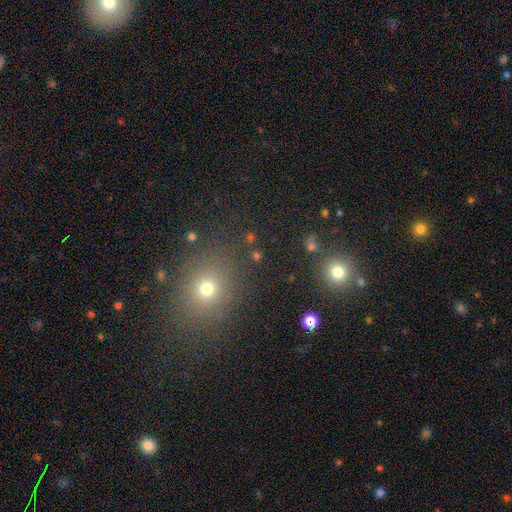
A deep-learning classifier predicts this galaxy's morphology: A smooth galaxy with no disk features (55%) that is round (74%).

Vote fractions:
- Smooth or featured? smooth: 55% / star or artifact: 36% / featured or disk: 9%
- How rounded? round: 74% / in between: 24% / cigar-shaped: 2%
- Merging? none: 83% / minor disturbance: 8% / merger: 5% / major disturbance: 4%